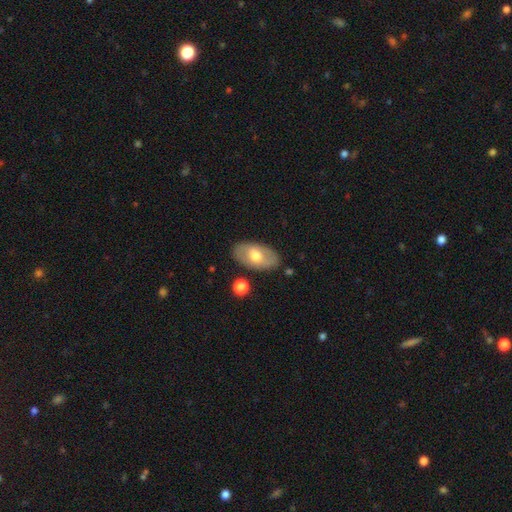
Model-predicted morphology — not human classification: The model was most divided on "smooth or featured": smooth: 56%, featured or disk: 38%, star or artifact: 6%. More confident: how rounded — in between (93%); merging — none (83%).